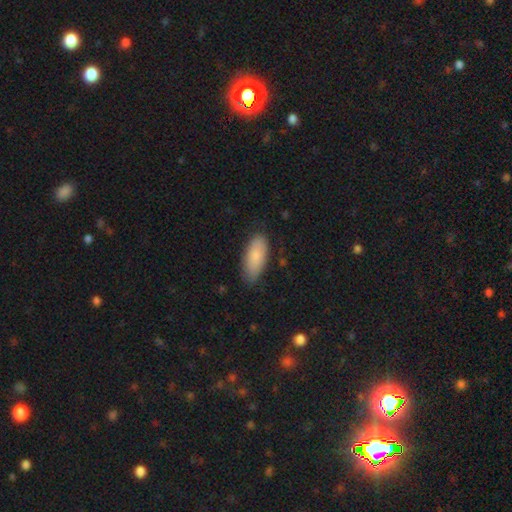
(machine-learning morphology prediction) Overall: smooth (84%). How rounded: in between (84%). Merging: none (80%).